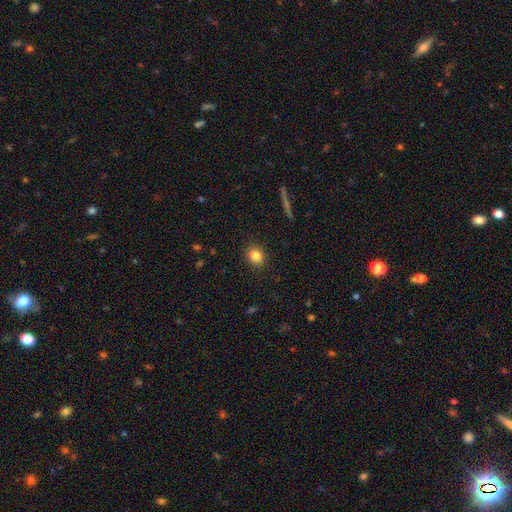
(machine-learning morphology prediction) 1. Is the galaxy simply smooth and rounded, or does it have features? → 84% smooth, 10% star or artifact, 6% featured or disk.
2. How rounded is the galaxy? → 62% round, 37% in between, 1% cigar-shaped.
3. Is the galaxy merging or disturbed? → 89% none, 8% minor disturbance, 2% major disturbance, 1% merger.